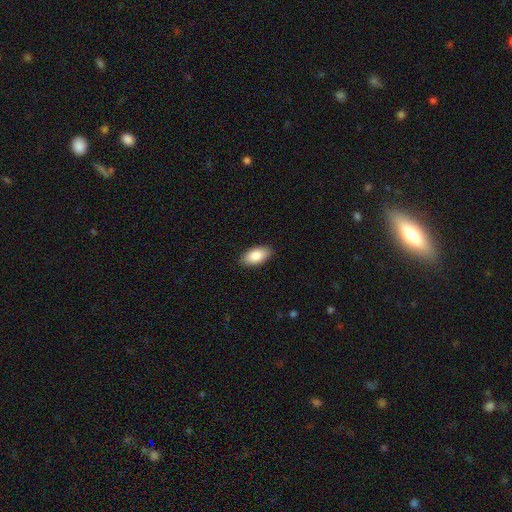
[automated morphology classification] This is clearly a smooth galaxy (86%). How rounded: clearly in between (94%). Merging: clearly none (89%).